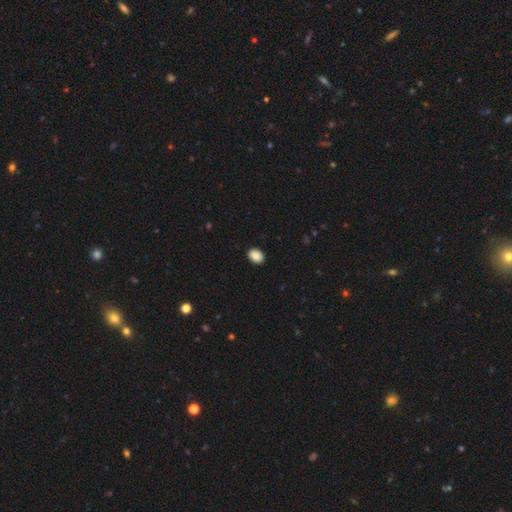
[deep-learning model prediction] smooth_or_featured: smooth (p=0.88) [alt: star or artifact p=0.08]
how_rounded: in between (p=0.70) [alt: round p=0.29]
merging: none (p=0.90) [alt: minor disturbance p=0.08]